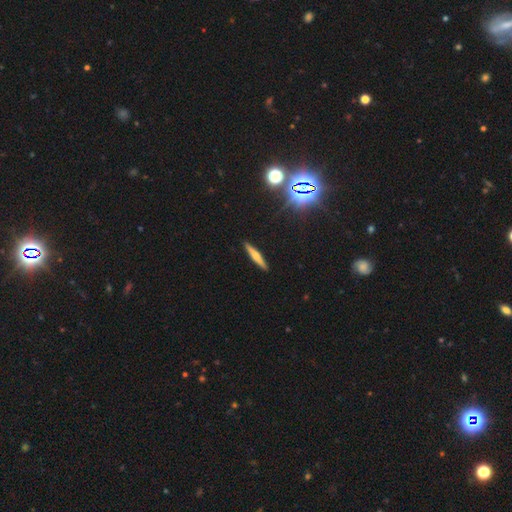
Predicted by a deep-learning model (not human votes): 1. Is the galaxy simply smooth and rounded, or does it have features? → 46% featured or disk, 44% smooth, 10% star or artifact.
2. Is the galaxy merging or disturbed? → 91% none, 6% minor disturbance, 1% major disturbance, 1% merger.